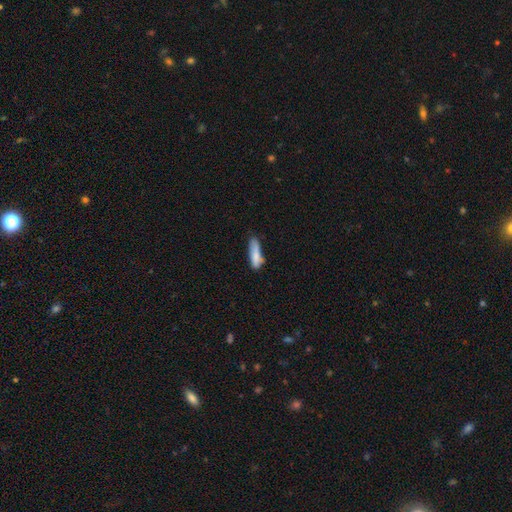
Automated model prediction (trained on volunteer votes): A smooth galaxy with no disk features (79%) that is cigar-shaped (60%). Merging: none (55%).